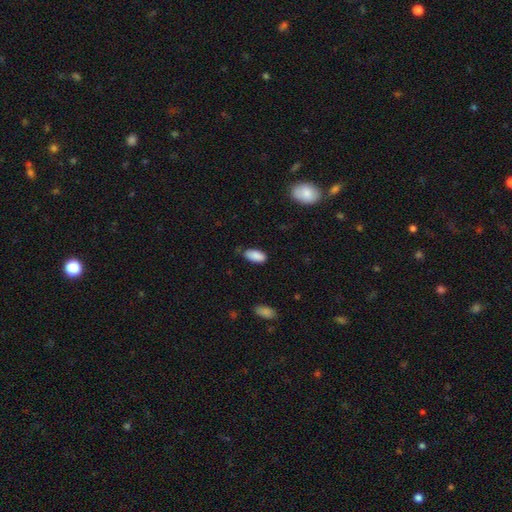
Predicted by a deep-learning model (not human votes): Smooth or featured? smooth (88%)
How rounded? in between (93%)
Merging? none (71%)